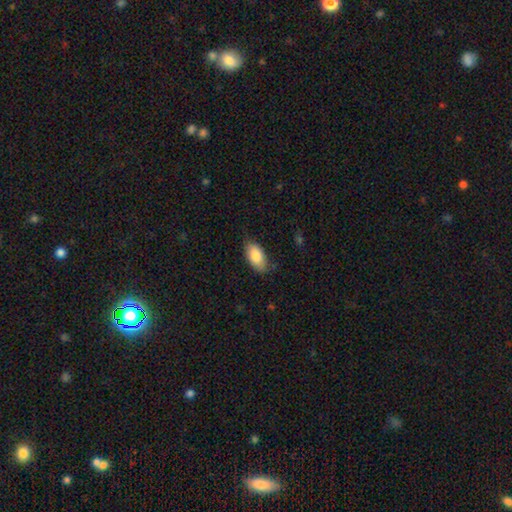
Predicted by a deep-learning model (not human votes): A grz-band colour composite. It shows a smooth galaxy with no disk features (86%) that is in between round and cigar-shaped (94%). Merging: none (76%).